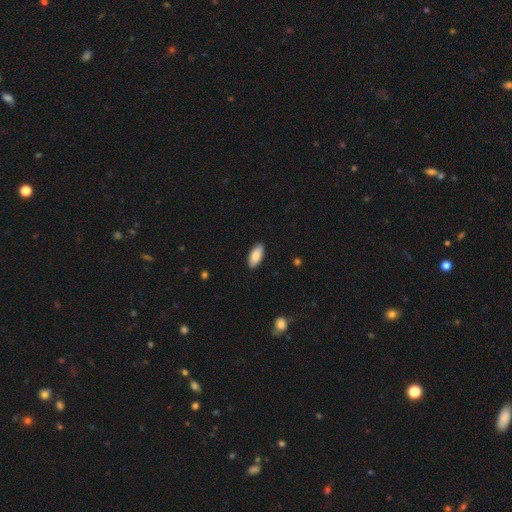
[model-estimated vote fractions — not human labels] smooth-or-featured: smooth: 88% | featured or disk: 6% | star or artifact: 6%
  how-rounded: in between: 90% | cigar-shaped: 8% | round: 2%
  merging: none: 89% | minor disturbance: 9% | major disturbance: 2% | merger: 1%